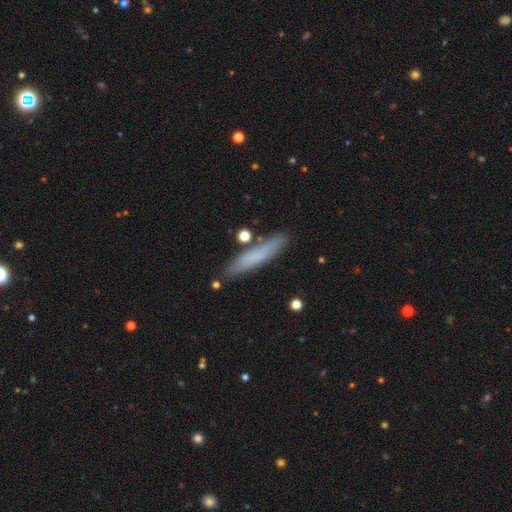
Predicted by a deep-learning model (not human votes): Smooth or featured? smooth (71%)
How rounded? cigar-shaped (89%)
Merging? none (83%)